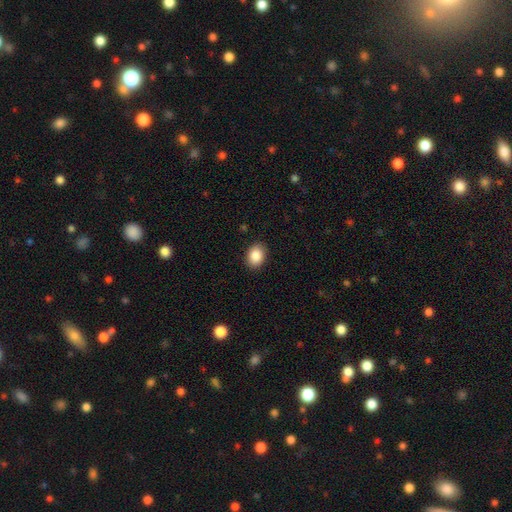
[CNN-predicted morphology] The model was most divided on "how rounded": in between: 66%, round: 33%, cigar-shaped: 1%. More confident: merging — none (89%); smooth or featured — smooth (88%).